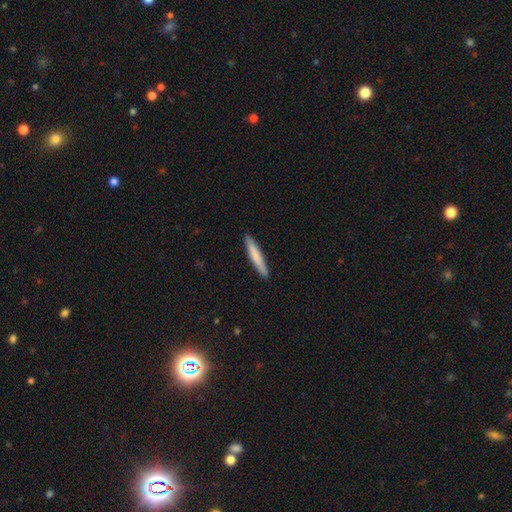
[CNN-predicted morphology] type=smooth (75%); roundness=cigar-shaped (95%); merging=none (91%).